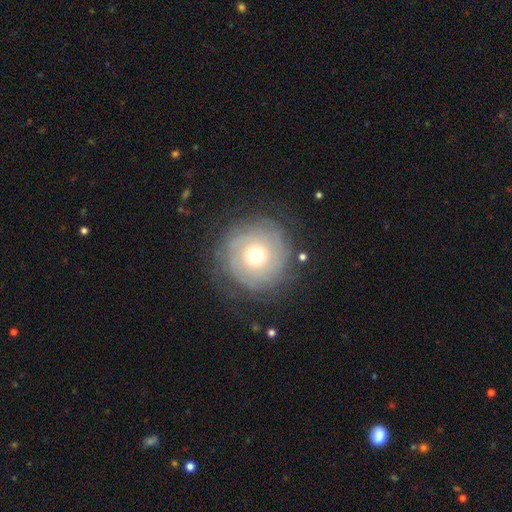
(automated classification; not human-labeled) A featured or disk galaxy (59%) with no bar (85%), spiral arms (79%) and a moderate central bulge (68%). Merging: none (75%).